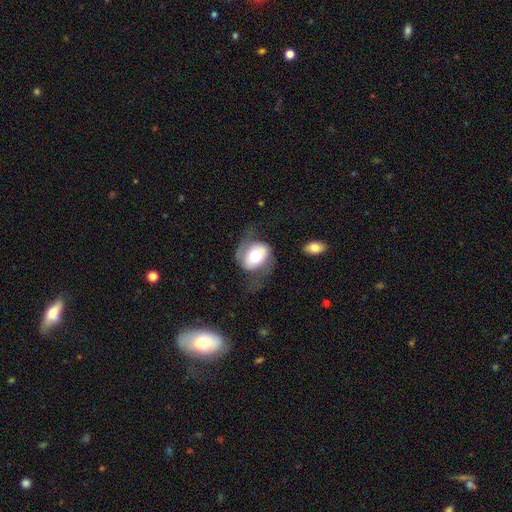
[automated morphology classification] smooth_or_featured: featured or disk (p=0.58) [alt: smooth p=0.36]
disk_edge_on: no (p=0.96) [alt: yes p=0.04]
bar: no (p=0.51) [alt: weak p=0.30]
has_spiral_arms: yes (p=0.77) [alt: no p=0.23]
bulge_size: moderate (p=0.52) [alt: large p=0.30]
merging: none (p=0.50) [alt: major disturbance p=0.26]